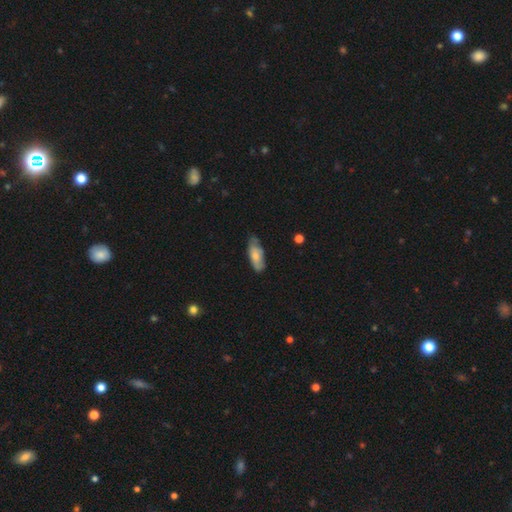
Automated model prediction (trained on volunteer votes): A smooth galaxy with no disk features (64%) that is in between round and cigar-shaped (78%). Merging: none (61%).